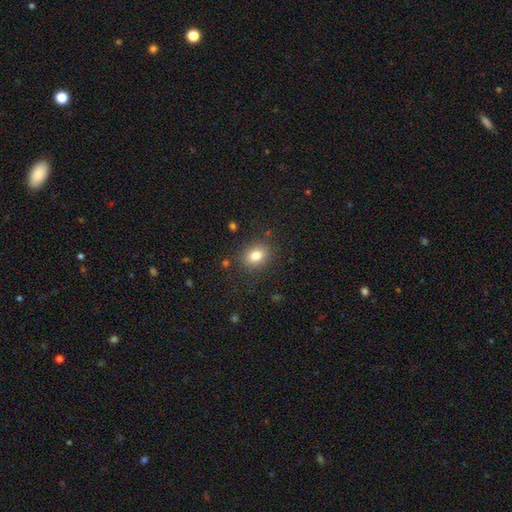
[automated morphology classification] smooth 82%, star or artifact 11%, featured or disk 7%. Down the decision tree: how rounded — in between (54%); merging — none (84%).